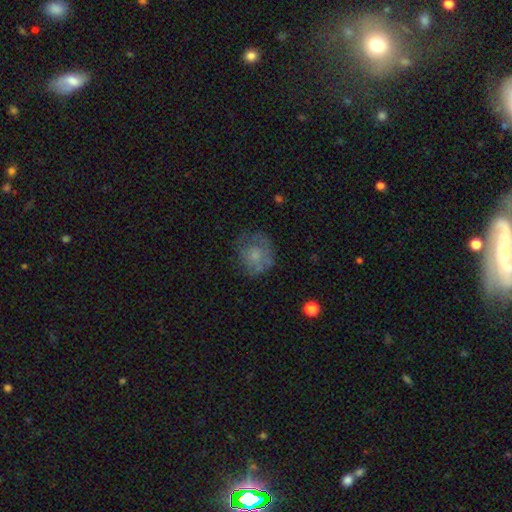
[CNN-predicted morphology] The model was most divided on "smooth or featured": smooth: 57%, featured or disk: 33%, star or artifact: 10%. More confident: how rounded — round (77%); merging — none (57%).